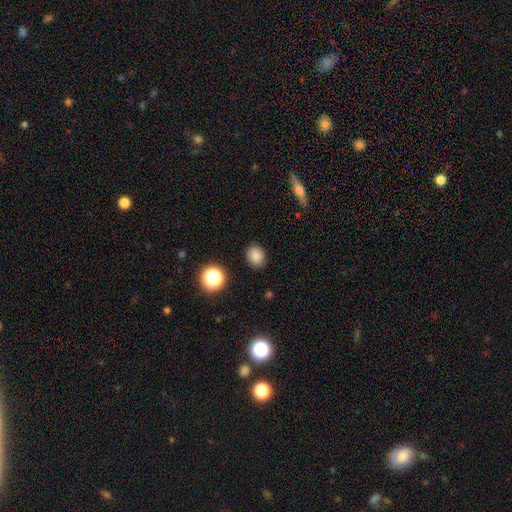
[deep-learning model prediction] Smooth or featured: smooth — 83% (star or artifact — 12%)
How rounded: round — 60% (in between — 39%)
Merging: none — 87% (minor disturbance — 9%)